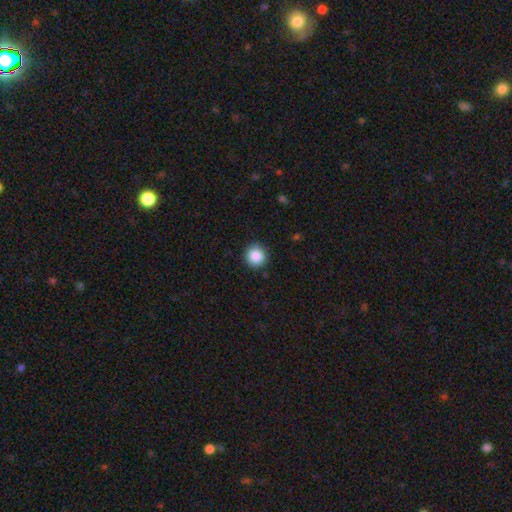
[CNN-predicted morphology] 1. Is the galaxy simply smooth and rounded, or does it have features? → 87% smooth, 9% star or artifact, 4% featured or disk.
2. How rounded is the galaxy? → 93% round, 6% in between, 1% cigar-shaped.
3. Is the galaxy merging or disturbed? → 90% none, 7% minor disturbance, 2% major disturbance, 1% merger.